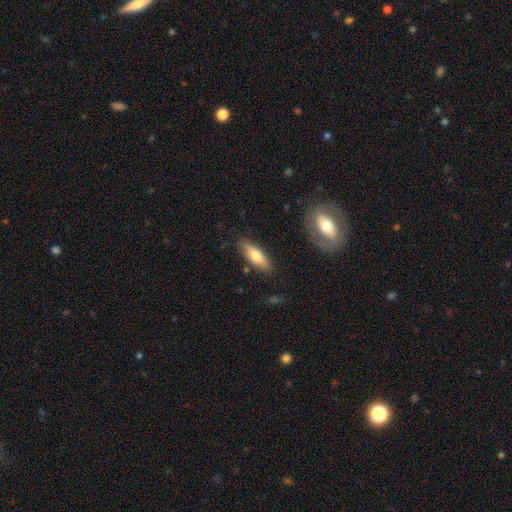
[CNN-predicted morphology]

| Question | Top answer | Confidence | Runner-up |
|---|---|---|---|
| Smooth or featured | smooth | 68% | featured or disk (26%) |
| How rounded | in between | 54% | cigar-shaped (43%) |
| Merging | none | 83% | minor disturbance (11%) |